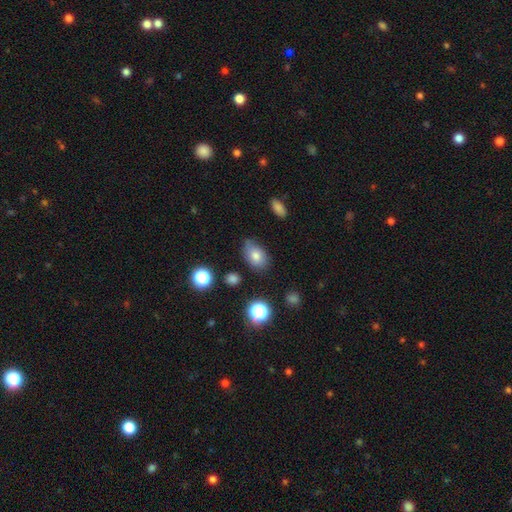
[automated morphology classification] Overall: smooth (76%). How rounded: in between (85%). Merging: none (67%).